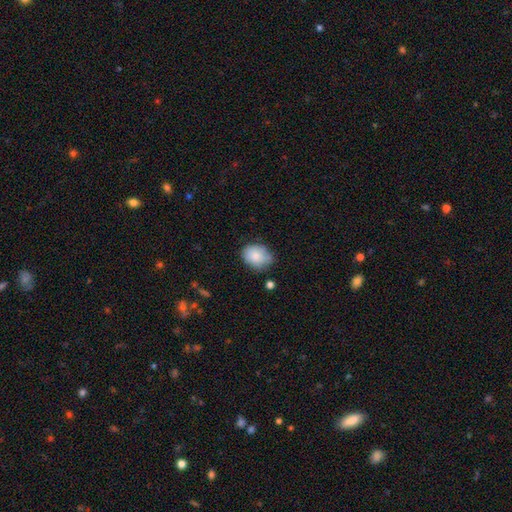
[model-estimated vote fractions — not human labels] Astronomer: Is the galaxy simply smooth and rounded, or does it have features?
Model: smooth — 80%.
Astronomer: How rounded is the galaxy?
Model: in between — 55% (runner-up: round, 44%).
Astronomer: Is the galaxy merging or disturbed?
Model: none — 66%.